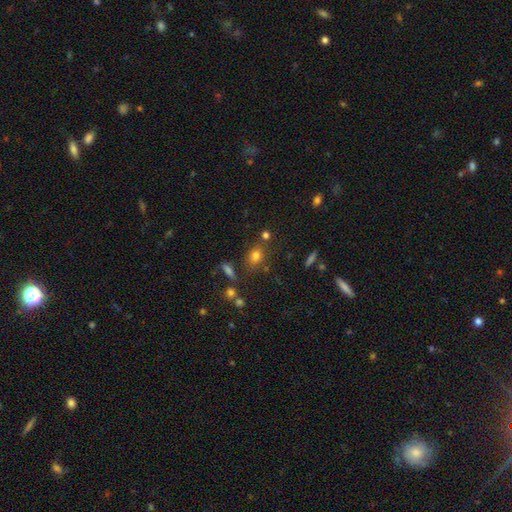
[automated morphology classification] A smooth galaxy with no disk features (74%) that is in between round and cigar-shaped (51%). Merging: none (71%).